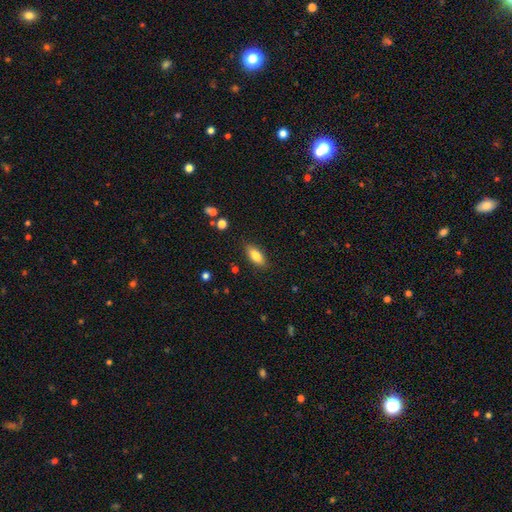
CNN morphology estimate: Smooth or featured? Predicted: smooth (p=0.81). How rounded? Predicted: in between (p=0.83). Merging? Predicted: none (p=0.84).